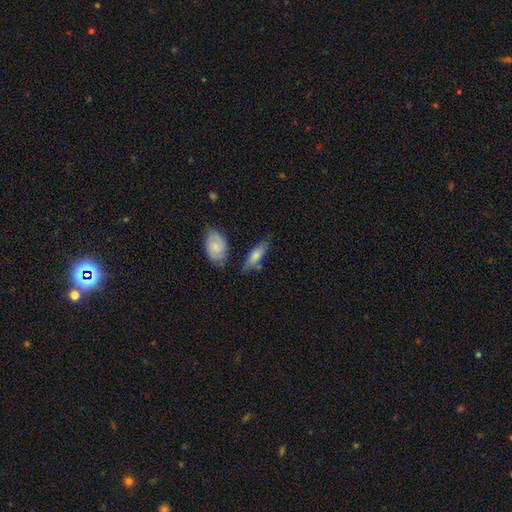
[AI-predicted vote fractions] A smooth galaxy with no disk features (67%) that is in between round and cigar-shaped (62%).

Vote fractions:
- Smooth or featured? smooth: 67% / featured or disk: 27% / star or artifact: 6%
- How rounded? in between: 62% / cigar-shaped: 35% / round: 3%
- Merging? none: 64% / minor disturbance: 21% / merger: 9% / major disturbance: 5%